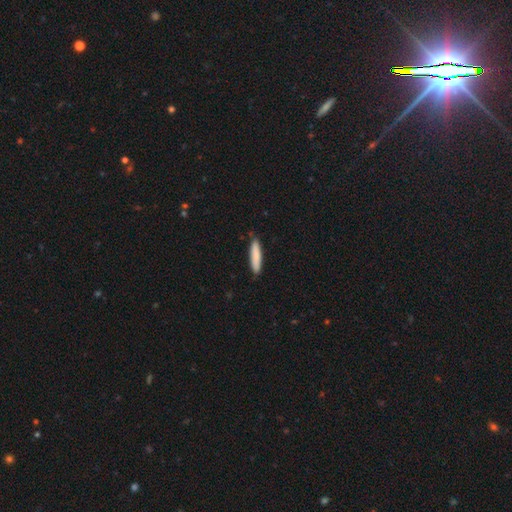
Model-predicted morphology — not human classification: Smooth or featured?
  - smooth: 84% *
  - featured or disk: 11%
  - star or artifact: 5%
How rounded?
  - cigar-shaped: 85% *
  - in between: 14%
  - round: 1%
Merging?
  - none: 86% *
  - minor disturbance: 11%
  - major disturbance: 2%
  - merger: 1%